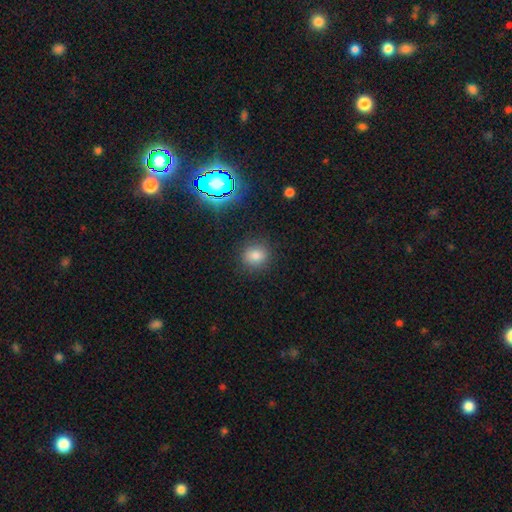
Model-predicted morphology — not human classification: The model was most divided on "how rounded": round: 80%, in between: 19%, cigar-shaped: 1%. More confident: merging — none (86%); smooth or featured — smooth (77%).